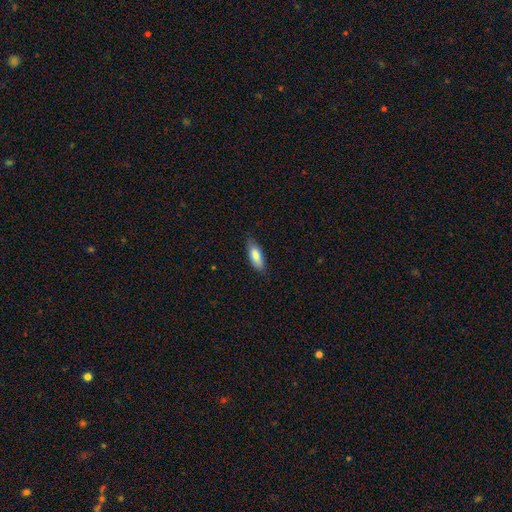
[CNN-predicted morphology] type=smooth (85%); roundness=in between (76%); merging=none (77%).